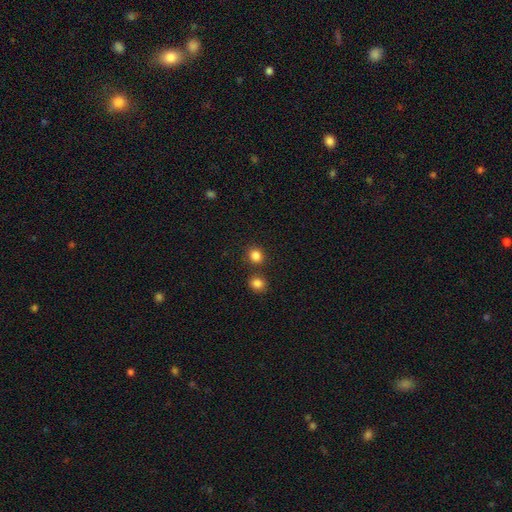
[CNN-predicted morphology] Smooth or featured: smooth — 84% (star or artifact — 12%)
How rounded: round — 81% (in between — 18%)
Merging: none — 79% (merger — 11%)